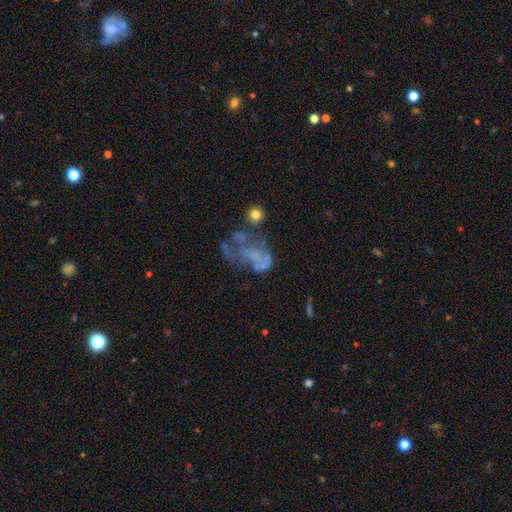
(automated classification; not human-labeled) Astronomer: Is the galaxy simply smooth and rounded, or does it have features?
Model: featured or disk — 61%.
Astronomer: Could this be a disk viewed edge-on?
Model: no — 98%.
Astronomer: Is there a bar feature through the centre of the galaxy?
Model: no — 89%.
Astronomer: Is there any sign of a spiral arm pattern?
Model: no — 85%.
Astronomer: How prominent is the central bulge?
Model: none — 77%.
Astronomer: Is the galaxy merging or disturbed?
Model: major disturbance — 38% (runner-up: none, 26%).